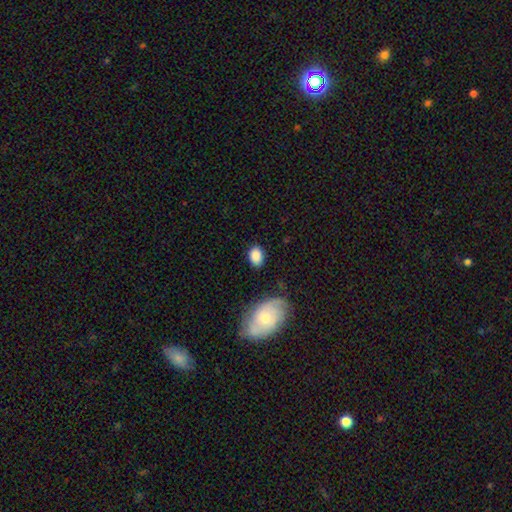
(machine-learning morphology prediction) Smooth or featured? Predicted: smooth (p=0.86). How rounded? Predicted: in between (p=0.77). Merging? Predicted: none (p=0.79).